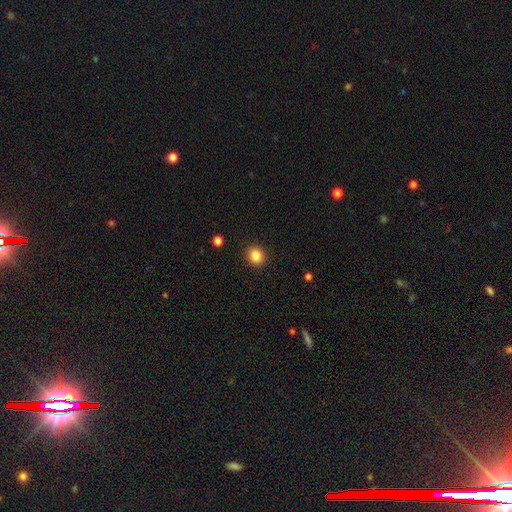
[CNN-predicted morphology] Overall: smooth (86%). How rounded: round (76%). Merging: none (91%).